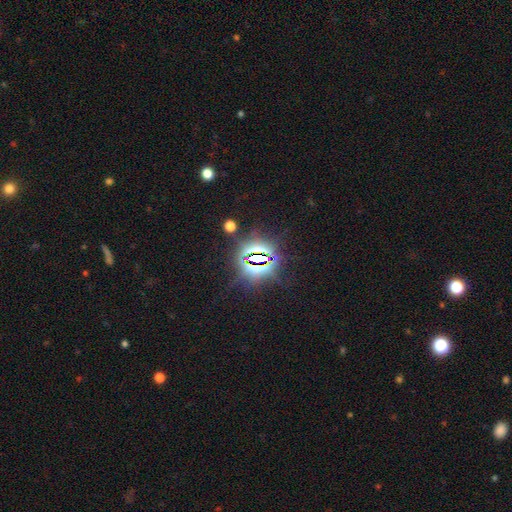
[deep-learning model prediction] A star or artifact, not a galaxy (83%).